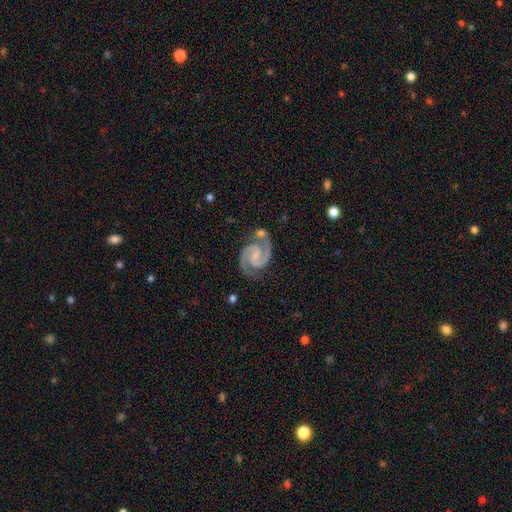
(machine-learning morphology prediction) A featured or disk galaxy (93%) with no bar (42%, tied with weak), 2 (94%) medium (56%) spiral arms (99%) and a small central bulge (56%).

Vote fractions:
- Smooth or featured? featured or disk: 93% / star or artifact: 4% / smooth: 3%
- Edge-on disk? no: 98% / yes: 2%
- Bar? no: 42% (tied) / weak: 42% (tied) / strong: 16%
- Spiral arms? yes: 99% / no: 1%
- Spiral winding? medium: 56% / tight: 37% / loose: 7%
- Spiral arm count? 2: 94% / can't tell: 1% / 3: 1% / 1: 1% / 4: 1% / more than 4: 1%
- Bulge size? small: 56% / none: 23% / moderate: 18% / large: 1% / dominant: 1%
- Merging? none: 71% / minor disturbance: 14% / merger: 10% / major disturbance: 4%